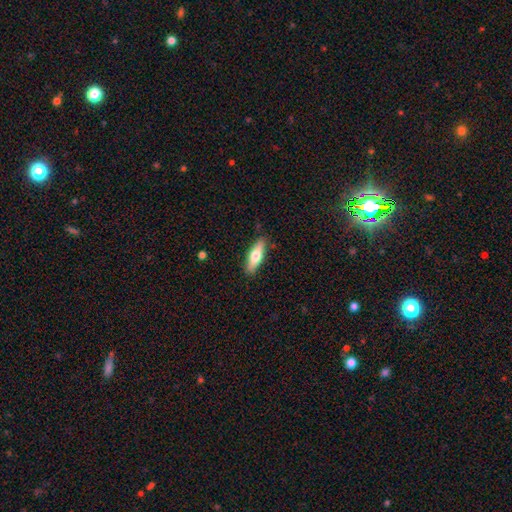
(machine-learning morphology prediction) A smooth galaxy with no disk features (61%) that is cigar-shaped (49%). Merging: none (87%).